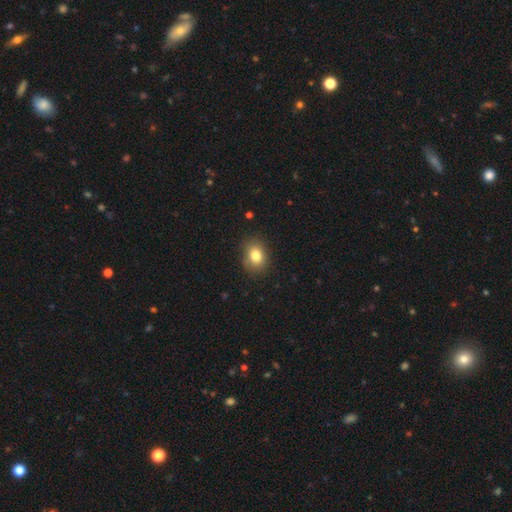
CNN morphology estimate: smooth-or-featured: smooth: 82% | star or artifact: 10% | featured or disk: 8%
  how-rounded: in between: 55% | round: 44% | cigar-shaped: 1%
  merging: none: 83% | minor disturbance: 13% | major disturbance: 3% | merger: 1%